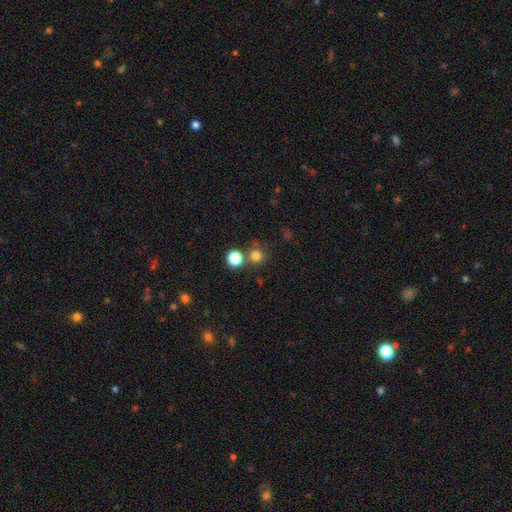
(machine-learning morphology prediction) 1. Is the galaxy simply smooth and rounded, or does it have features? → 77% smooth, 17% star or artifact, 6% featured or disk.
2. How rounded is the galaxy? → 92% round, 7% in between, 1% cigar-shaped.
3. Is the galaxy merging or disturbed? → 70% none, 18% merger, 8% minor disturbance, 4% major disturbance.